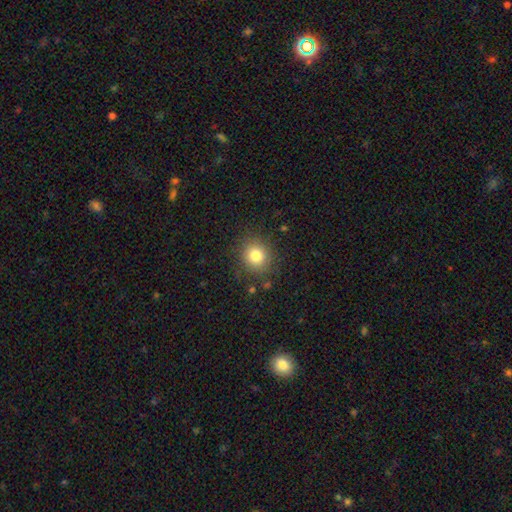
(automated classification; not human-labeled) Q: Smooth or featured?
A: smooth (80%); runner-up: star or artifact (12%)
Q: How rounded?
A: round (85%); runner-up: in between (14%)
Q: Merging?
A: none (86%); runner-up: minor disturbance (9%)